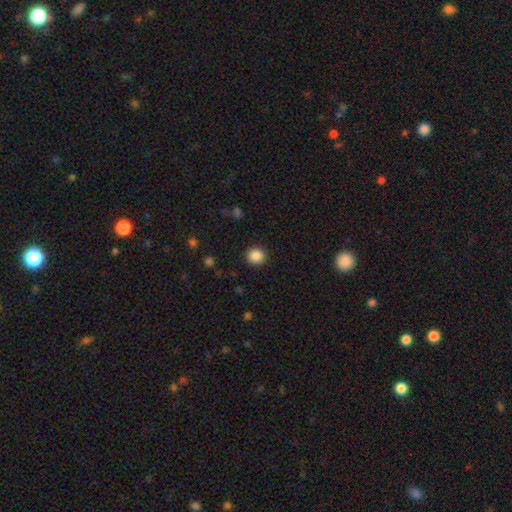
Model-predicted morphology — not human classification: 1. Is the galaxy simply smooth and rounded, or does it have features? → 86% smooth, 10% star or artifact, 4% featured or disk.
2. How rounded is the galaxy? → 90% round, 9% in between, 1% cigar-shaped.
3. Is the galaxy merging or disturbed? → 91% none, 6% minor disturbance, 2% major disturbance, 1% merger.